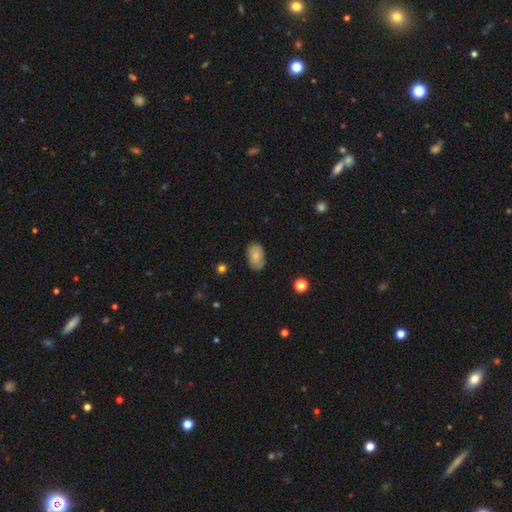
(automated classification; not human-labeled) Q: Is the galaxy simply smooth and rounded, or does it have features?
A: smooth — 76%.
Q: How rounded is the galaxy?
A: in between — 90%.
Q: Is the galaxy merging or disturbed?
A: none — 78%.